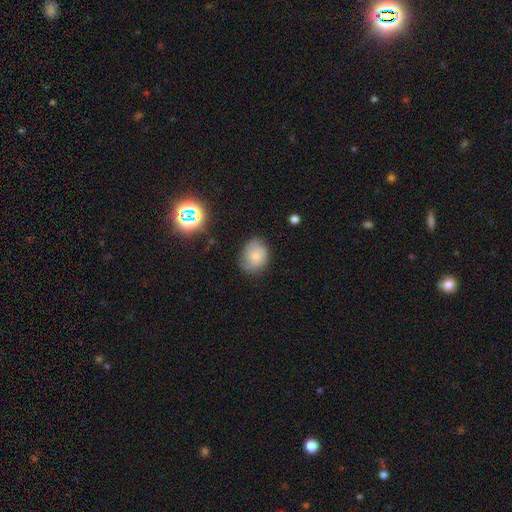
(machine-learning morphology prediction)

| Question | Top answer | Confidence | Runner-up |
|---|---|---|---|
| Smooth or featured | smooth | 65% | featured or disk (24%) |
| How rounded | round | 54% | in between (45%) |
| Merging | none | 67% | minor disturbance (25%) |